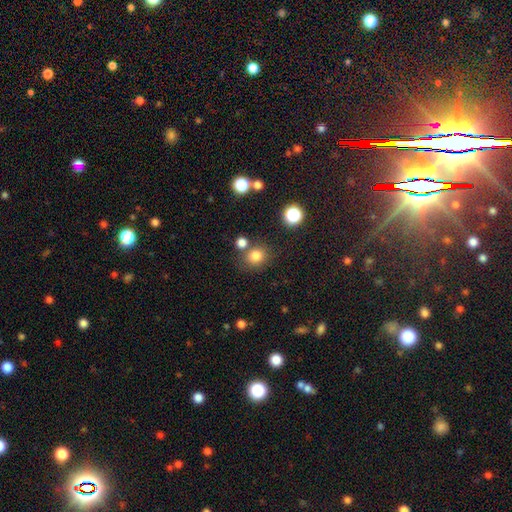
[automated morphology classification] Overall: smooth (81%). How rounded: round (77%). Merging: none (73%).